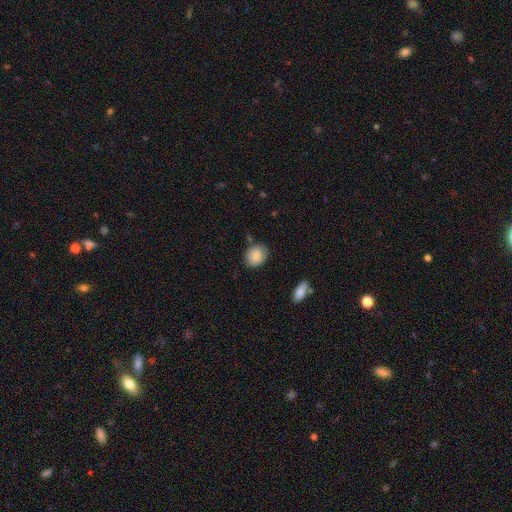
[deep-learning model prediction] This is clearly a smooth galaxy (86%). How rounded: possibly in between (50%). Merging: likely none (79%).